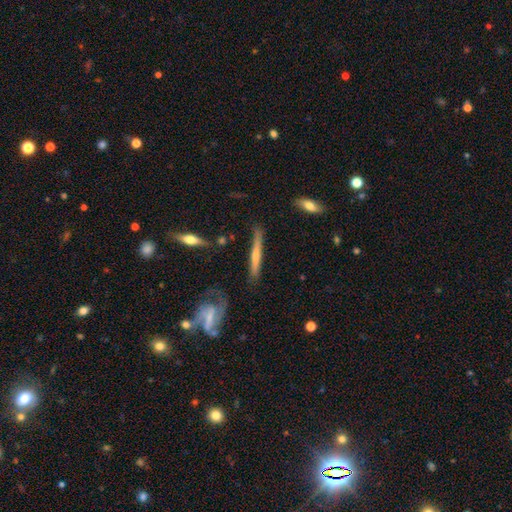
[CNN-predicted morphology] type=featured or disk (60%); edge-on=yes (92%); edge-on bulge=rounded (63%); merging=none (78%).